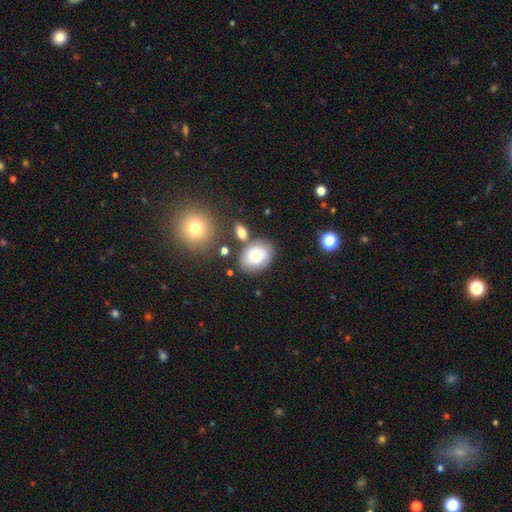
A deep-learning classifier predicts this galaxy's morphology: Smooth or featured: smooth — 68% (featured or disk — 23%)
How rounded: in between — 67% (round — 32%)
Merging: none — 63% (minor disturbance — 18%)